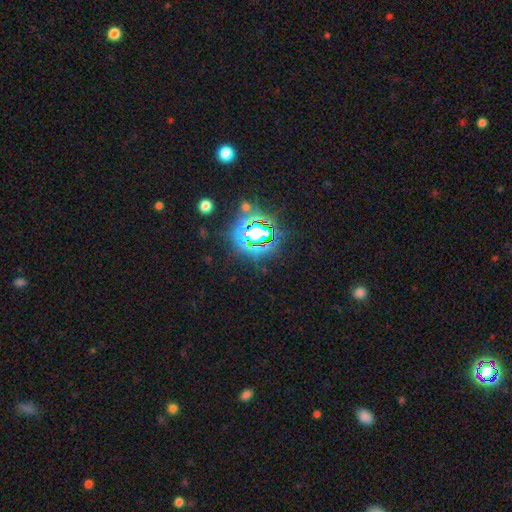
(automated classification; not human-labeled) smooth_or_featured: star or artifact (p=0.82) [alt: smooth p=0.12]